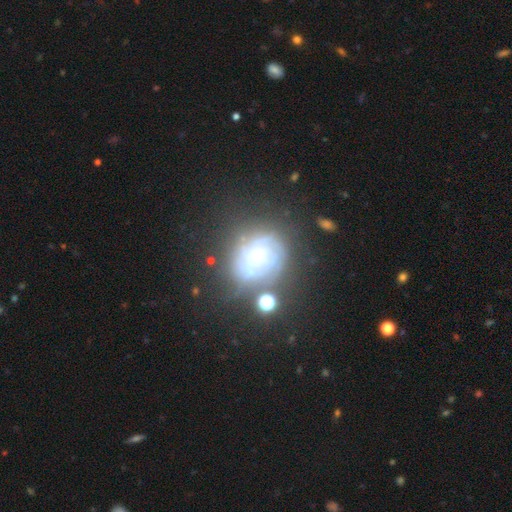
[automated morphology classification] A featured or disk galaxy (68%) with no bar (69%), spiral arms (69%) and a small central bulge (44%).

Vote fractions:
- Smooth or featured? featured or disk: 68% / smooth: 19% / star or artifact: 13%
- Edge-on disk? no: 97% / yes: 3%
- Bar? no: 69% / weak: 24% / strong: 7%
- Spiral arms? yes: 69% / no: 31%
- Bulge size? small: 44% / moderate: 36% / none: 10% / large: 8% / dominant: 2%
- Merging? none: 54% / minor disturbance: 21% / major disturbance: 16% / merger: 9%